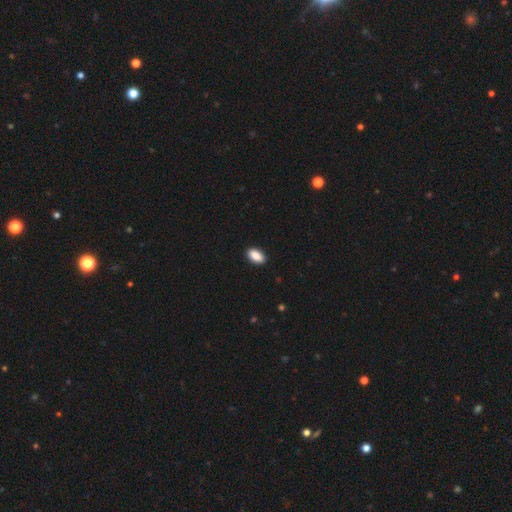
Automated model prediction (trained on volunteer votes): Overall: smooth (89%). How rounded: in between (93%). Merging: none (90%).